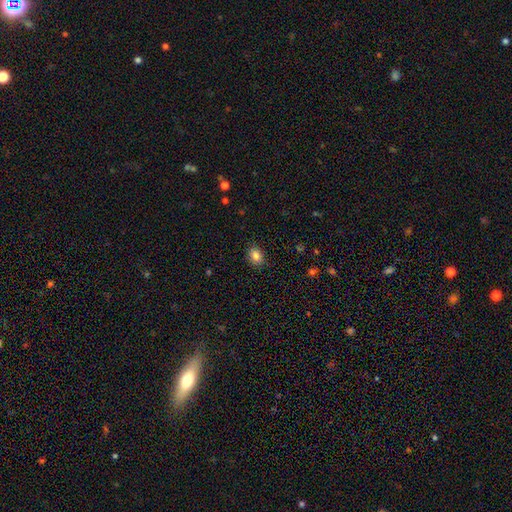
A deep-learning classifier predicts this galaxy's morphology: type=smooth (84%); roundness=in between (58%); merging=none (87%).